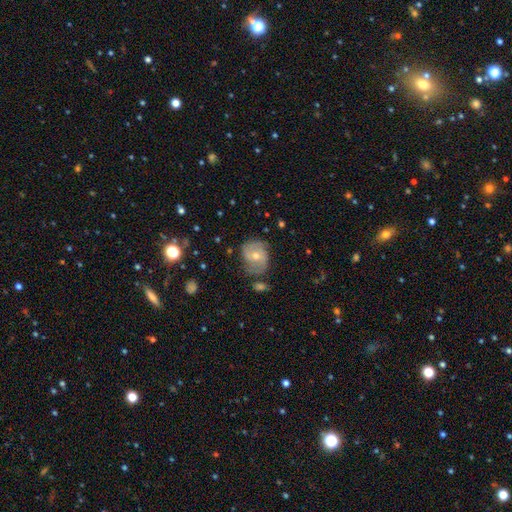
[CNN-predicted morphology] Smooth or featured?
  - featured or disk: 71% *
  - smooth: 20%
  - star or artifact: 10%
Edge-on disk?
  - no: 97% *
  - yes: 3%
Bar?
  - no: 51% *
  - weak: 39%
  - strong: 10%
Spiral arms?
  - yes: 90% *
  - no: 10%
Spiral winding?
  - medium: 43% *
  - tight: 38%
  - loose: 19%
Spiral arm count?
  - 2: 58% *
  - can't tell: 19%
  - 3: 14%
  - 1: 4%
  - 4: 3%
  - more than 4: 3%
Bulge size?
  - moderate: 53% *
  - small: 44%
  - large: 1%
  - none: 1%
  - dominant: 1%
Merging?
  - none: 69% *
  - minor disturbance: 20%
  - major disturbance: 7%
  - merger: 4%